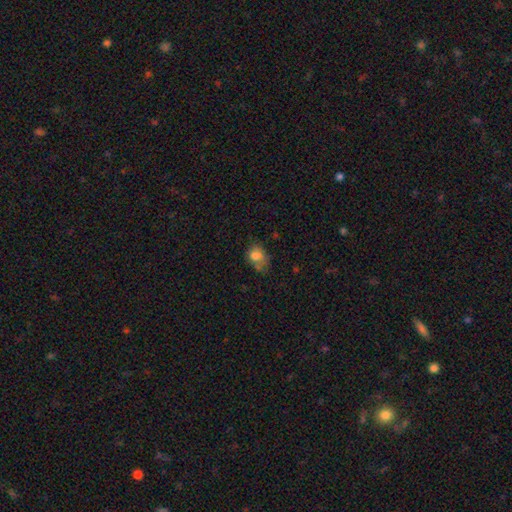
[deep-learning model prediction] Smooth or featured? smooth (75%)
How rounded? in between (58%)
Merging? none (43%)